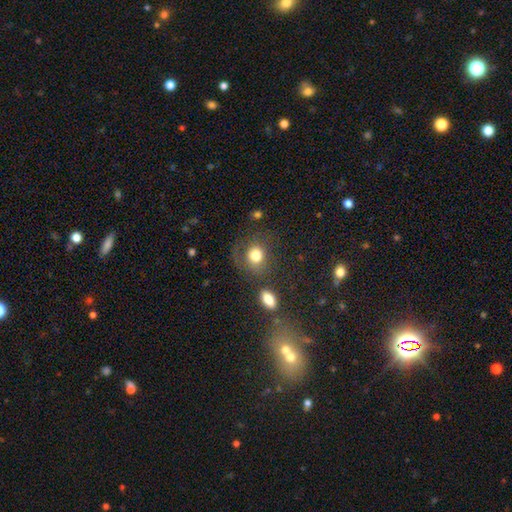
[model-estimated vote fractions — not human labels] Smooth or featured: smooth — 78% (featured or disk — 13%)
How rounded: round — 73% (in between — 26%)
Merging: none — 57% (minor disturbance — 19%)